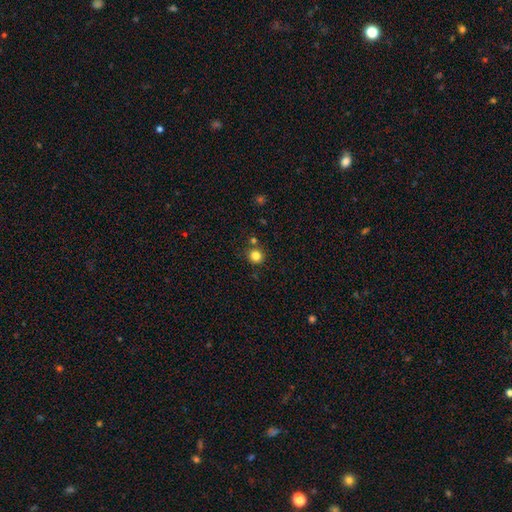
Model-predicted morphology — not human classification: smooth_or_featured: smooth (p=0.83) [alt: star or artifact p=0.13]
how_rounded: round (p=0.91) [alt: in between p=0.08]
merging: none (p=0.83) [alt: minor disturbance p=0.08]